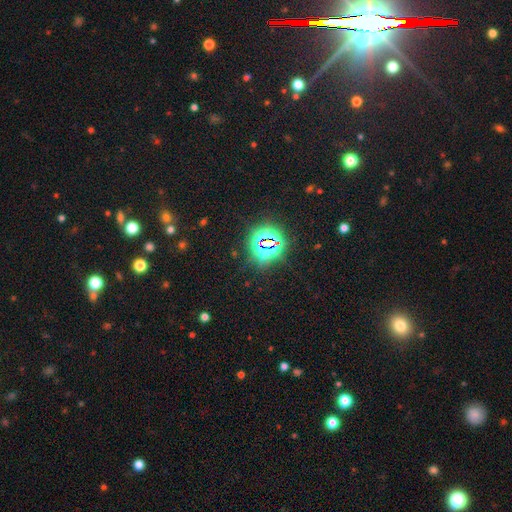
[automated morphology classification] Smooth or featured? star or artifact (79%)